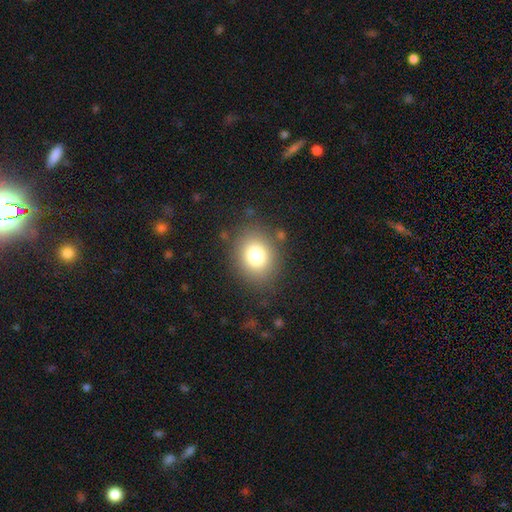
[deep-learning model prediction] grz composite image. It shows a smooth galaxy with no disk features (79%) that is round (61%). Merging: none (84%).